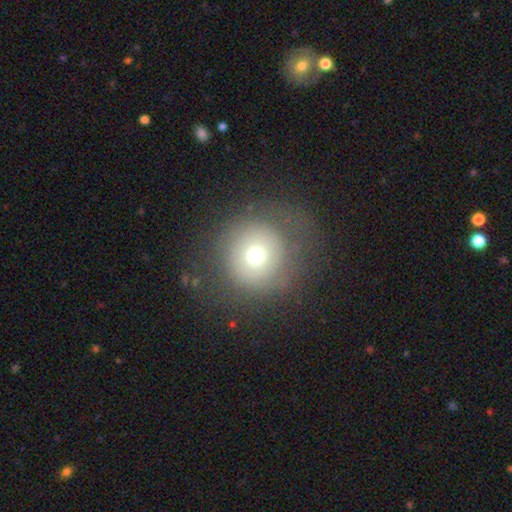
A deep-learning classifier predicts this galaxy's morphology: type=smooth (64%); roundness=round (94%); merging=none (71%).